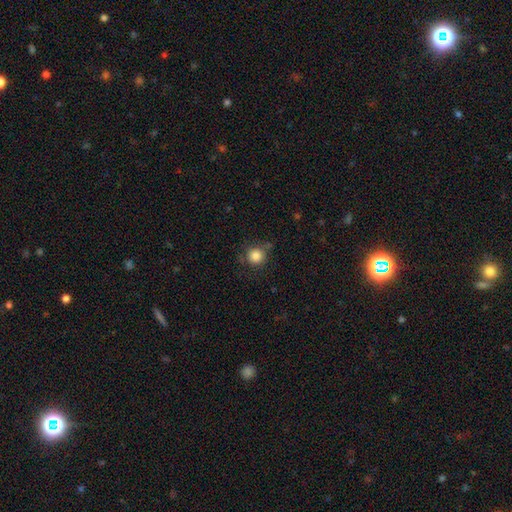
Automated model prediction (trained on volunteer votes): A smooth galaxy with no disk features (84%) that is round (93%).

Vote fractions:
- Smooth or featured? smooth: 84% / star or artifact: 11% / featured or disk: 5%
- How rounded? round: 93% / in between: 6% / cigar-shaped: 1%
- Merging? none: 77% / minor disturbance: 14% / merger: 5% / major disturbance: 4%